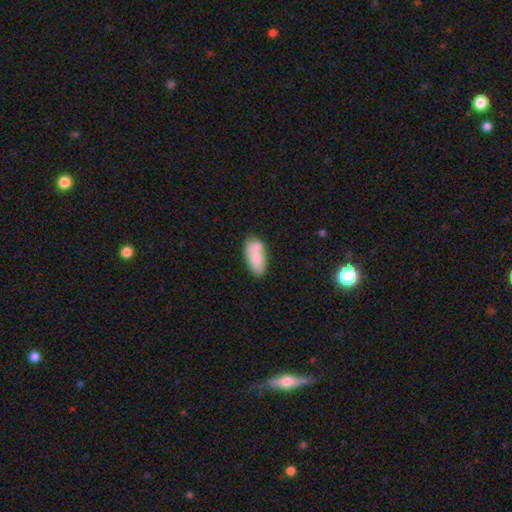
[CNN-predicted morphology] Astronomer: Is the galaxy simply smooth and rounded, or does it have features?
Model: smooth — 76%.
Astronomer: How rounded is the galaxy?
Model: in between — 89%.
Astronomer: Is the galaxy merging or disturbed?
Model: none — 49%.